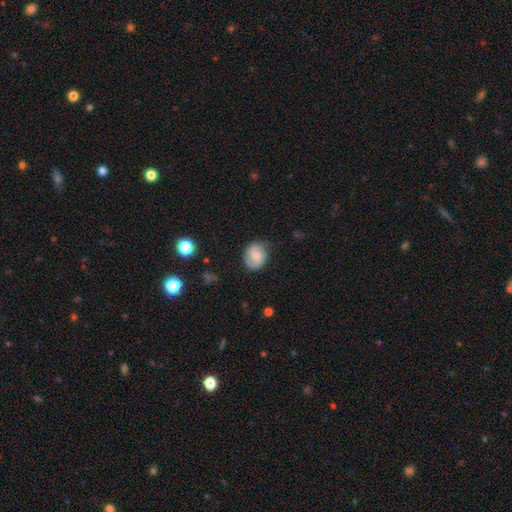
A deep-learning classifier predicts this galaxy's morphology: This is possibly a smooth galaxy (48%). Merging: likely none (77%).